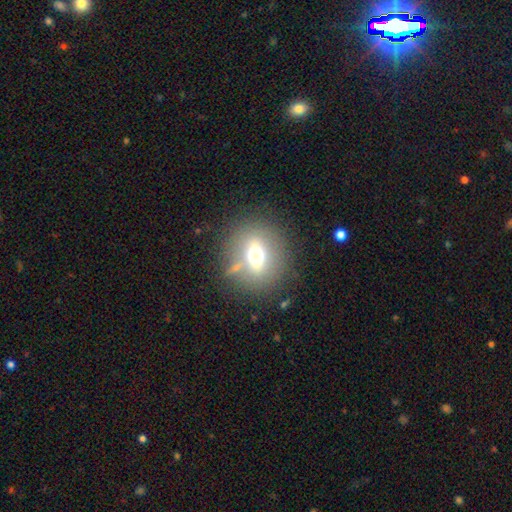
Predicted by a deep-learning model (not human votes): A smooth galaxy with no disk features (47%). Merging: none (77%).